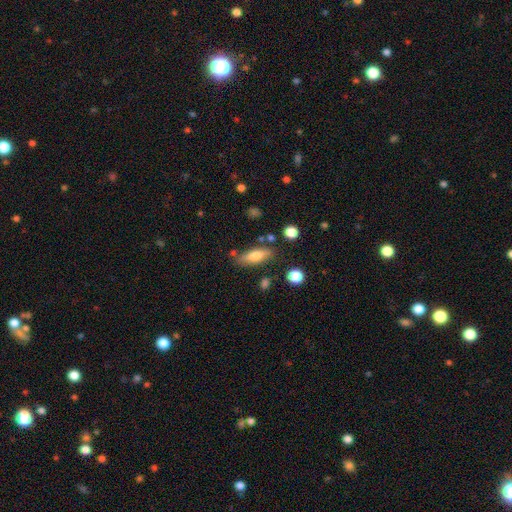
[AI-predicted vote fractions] Morphology: type=smooth (68%); roundness=in between (59%); merging=none (77%).